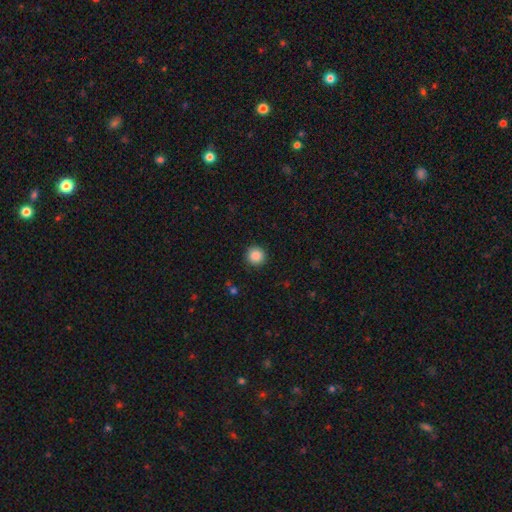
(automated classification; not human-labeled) A smooth galaxy with no disk features (88%) that is round (96%). Merging: none (92%).